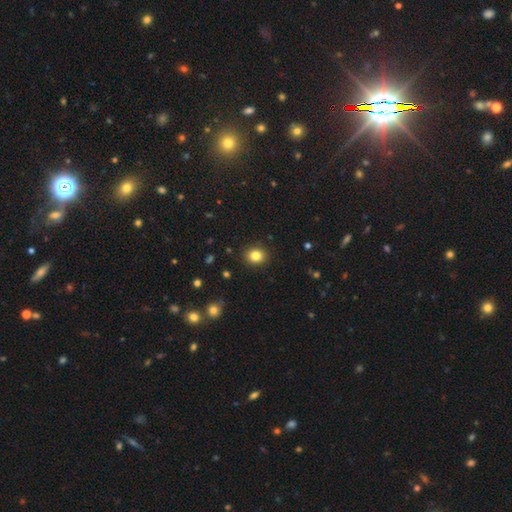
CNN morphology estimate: Overall: smooth (83%). How rounded: round (71%). Merging: none (90%).